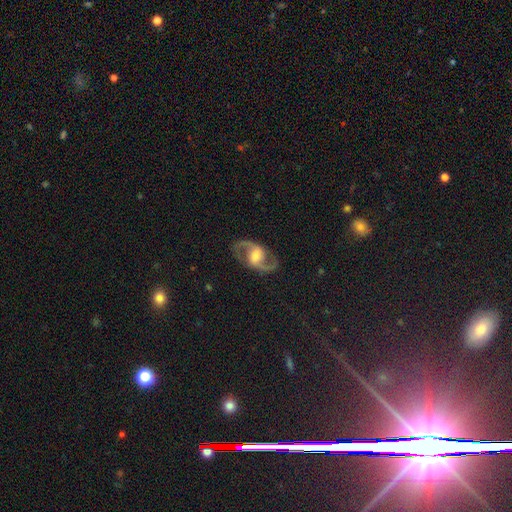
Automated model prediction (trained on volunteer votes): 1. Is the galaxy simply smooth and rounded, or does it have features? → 89% featured or disk, 6% smooth, 5% star or artifact.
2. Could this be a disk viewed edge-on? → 97% no, 3% yes.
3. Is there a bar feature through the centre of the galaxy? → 45% weak, 34% no, 21% strong.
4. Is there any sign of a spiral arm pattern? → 96% yes, 4% no.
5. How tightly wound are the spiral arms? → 56% medium, 33% loose, 11% tight.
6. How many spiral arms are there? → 94% 2, 2% can't tell, 1% 1, 1% 3, 1% 4, 1% more than 4.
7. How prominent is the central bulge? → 41% moderate, 33% large, 16% small, 7% none, 3% dominant.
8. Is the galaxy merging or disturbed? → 84% none, 10% minor disturbance, 5% major disturbance, 1% merger.